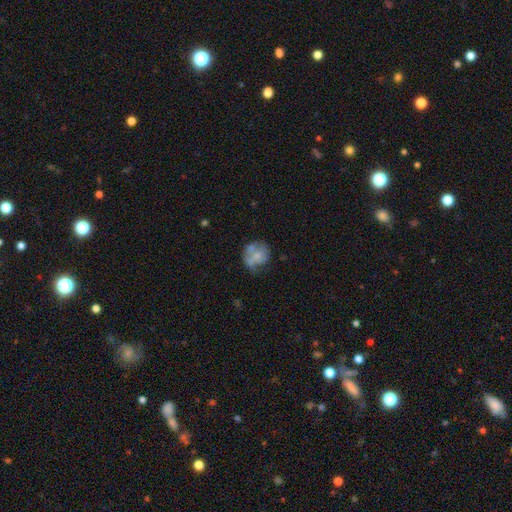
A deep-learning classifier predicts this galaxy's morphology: smooth_or_featured: smooth (p=0.49) [alt: featured or disk p=0.42]
merging: none (p=0.45) [alt: minor disturbance p=0.26]